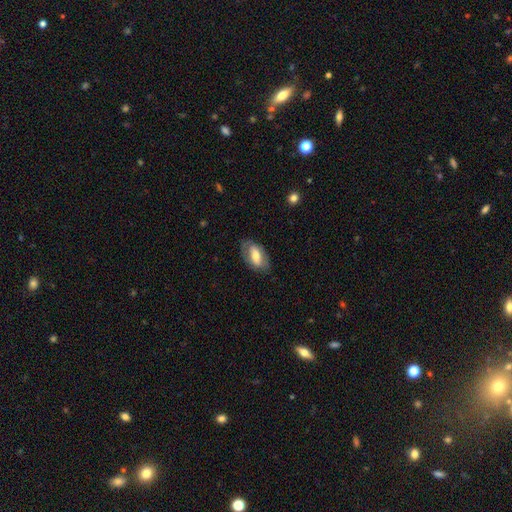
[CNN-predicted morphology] The model was most divided on "smooth or featured": smooth: 51%, featured or disk: 43%, star or artifact: 6%. More confident: how rounded — in between (90%); merging — none (74%).